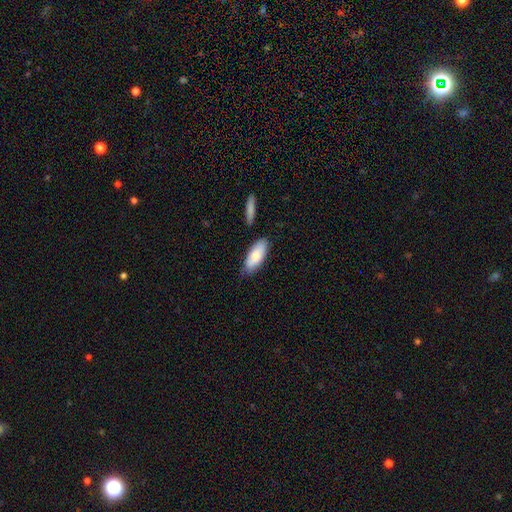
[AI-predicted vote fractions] Smooth or featured: smooth — 79% (featured or disk — 15%)
How rounded: in between — 83% (cigar-shaped — 16%)
Merging: none — 76% (minor disturbance — 16%)